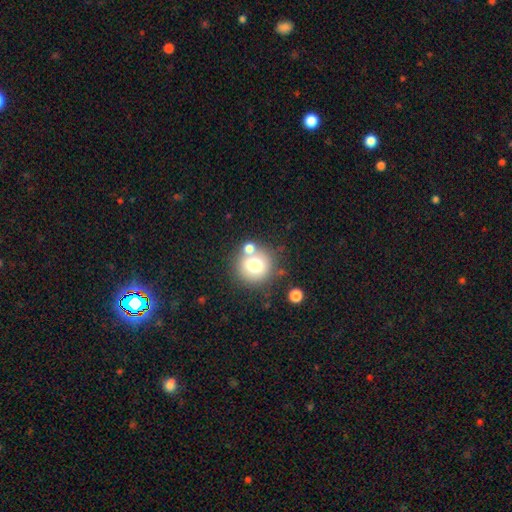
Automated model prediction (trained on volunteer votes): Morphology: type=smooth (72%); roundness=round (89%); merging=none (69%).